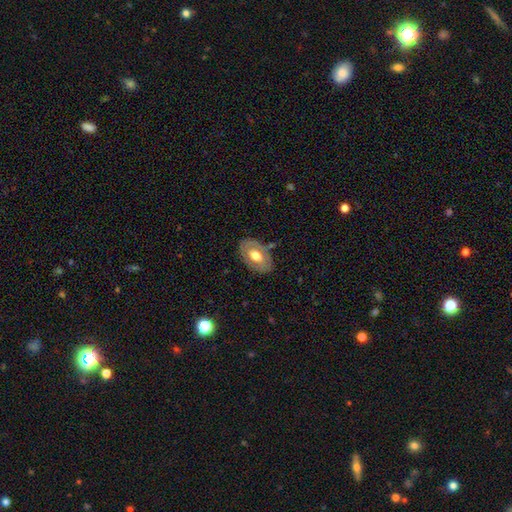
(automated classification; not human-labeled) A smooth galaxy with no disk features (50%).

Vote fractions:
- Smooth or featured? smooth: 50% / featured or disk: 44% / star or artifact: 6%
- Merging? none: 77% / minor disturbance: 16% / major disturbance: 4% / merger: 3%